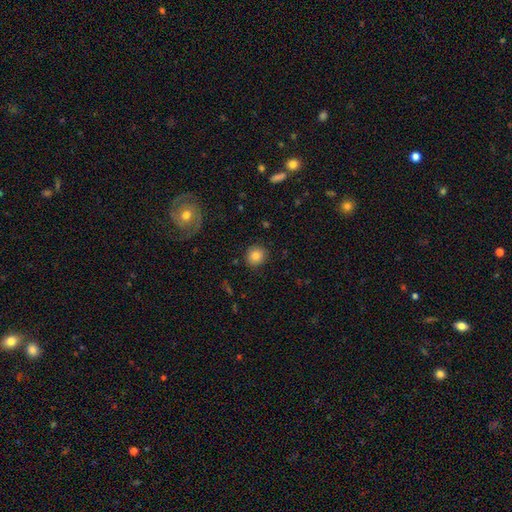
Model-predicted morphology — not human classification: Smooth or featured? Predicted: smooth (p=0.83). How rounded? Predicted: round (p=0.90). Merging? Predicted: none (p=0.89).